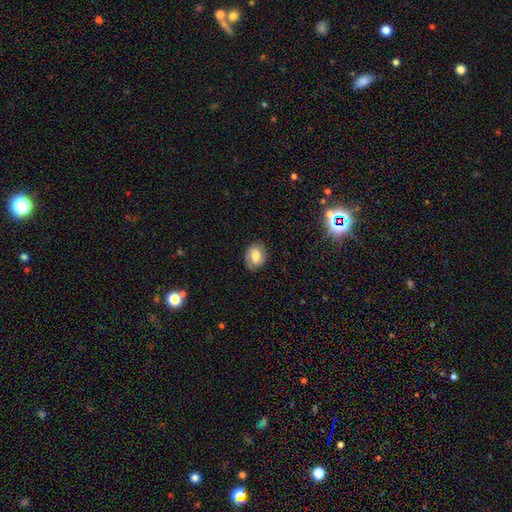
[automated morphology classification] A smooth galaxy with no disk features (67%) that is in between round and cigar-shaped (61%).

Vote fractions:
- Smooth or featured? smooth: 67% / featured or disk: 24% / star or artifact: 9%
- How rounded? in between: 61% / round: 38% / cigar-shaped: 1%
- Merging? none: 84% / minor disturbance: 12% / major disturbance: 3% / merger: 1%